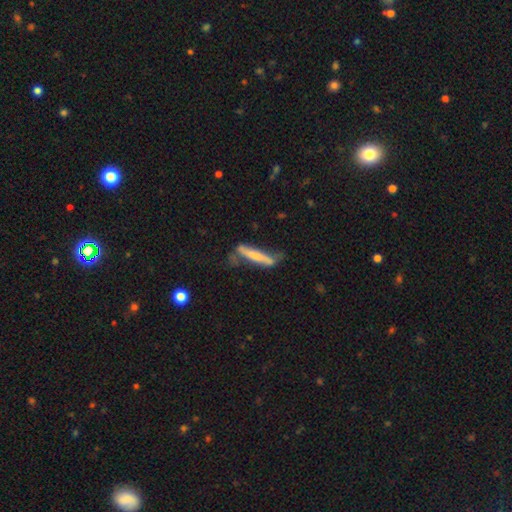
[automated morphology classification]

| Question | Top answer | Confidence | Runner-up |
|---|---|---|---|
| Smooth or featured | smooth | 57% | featured or disk (37%) |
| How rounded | cigar-shaped | 91% | in between (8%) |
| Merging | none | 53% | minor disturbance (28%) |